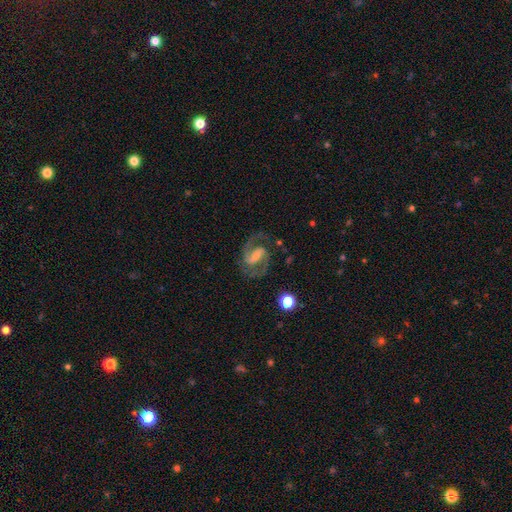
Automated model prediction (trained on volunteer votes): This is clearly a featured or disk galaxy (90%). It is clearly not viewed edge-on (98%). Bar: marginally weak (44%). Spiral arm pattern: clearly yes (98%). Spiral arm count: clearly 2 (93%). Spiral winding: likely medium (64%). Central bulge: marginally small (44%). Merging: likely none (79%).